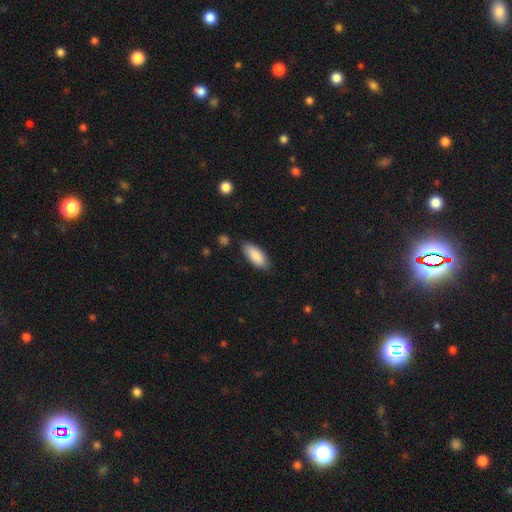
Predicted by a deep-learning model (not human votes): Smooth or featured?
  - smooth: 88% *
  - featured or disk: 6%
  - star or artifact: 6%
How rounded?
  - in between: 82% *
  - cigar-shaped: 16%
  - round: 2%
Merging?
  - none: 81% *
  - minor disturbance: 14%
  - major disturbance: 3%
  - merger: 2%